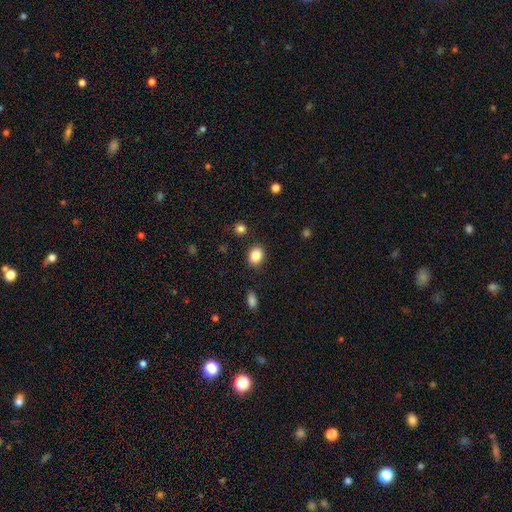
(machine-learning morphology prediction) Smooth or featured? smooth (86%)
How rounded? in between (58%)
Merging? none (84%)